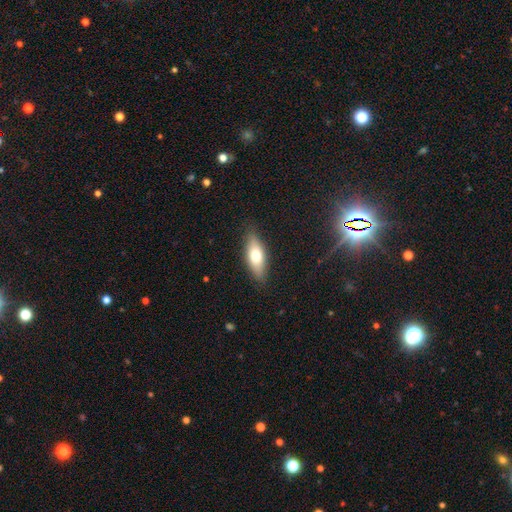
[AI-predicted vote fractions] Smooth or featured: smooth — 67% (featured or disk — 27%)
How rounded: in between — 65% (cigar-shaped — 32%)
Merging: none — 86% (minor disturbance — 11%)